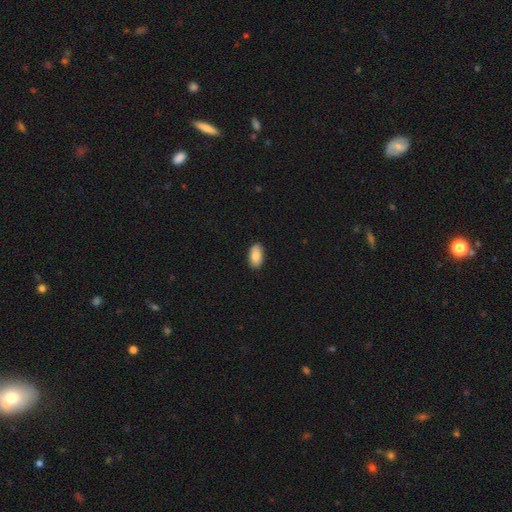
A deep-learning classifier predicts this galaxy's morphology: This is clearly a smooth galaxy (87%). How rounded: clearly in between (94%). Merging: clearly none (89%).